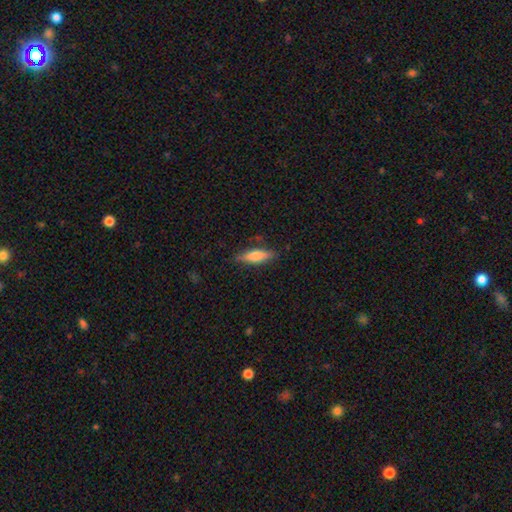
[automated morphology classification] Smooth or featured: smooth — 69% (featured or disk — 24%)
How rounded: cigar-shaped — 54% (in between — 44%)
Merging: none — 80% (minor disturbance — 15%)